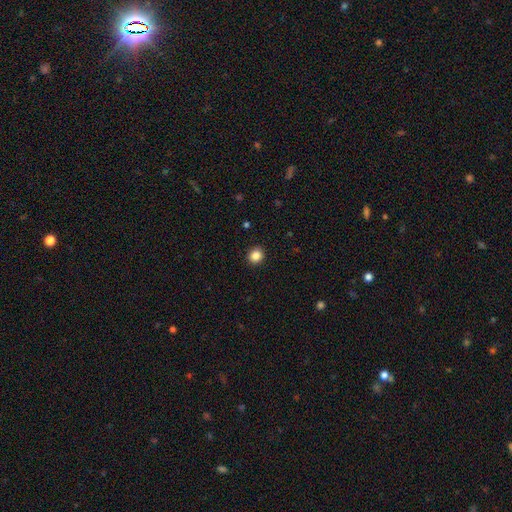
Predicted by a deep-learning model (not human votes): smooth 85%, star or artifact 11%, featured or disk 4%. Down the decision tree: how rounded — round (84%); merging — none (92%).